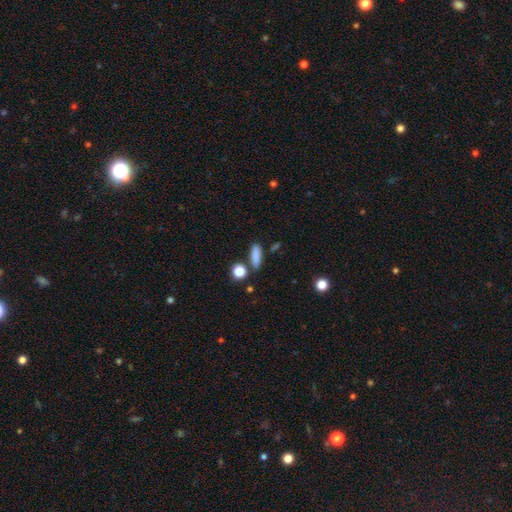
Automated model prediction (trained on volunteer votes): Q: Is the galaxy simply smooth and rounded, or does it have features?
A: smooth — 84%.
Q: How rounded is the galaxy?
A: cigar-shaped — 53%.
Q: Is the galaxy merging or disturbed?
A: none — 79%.